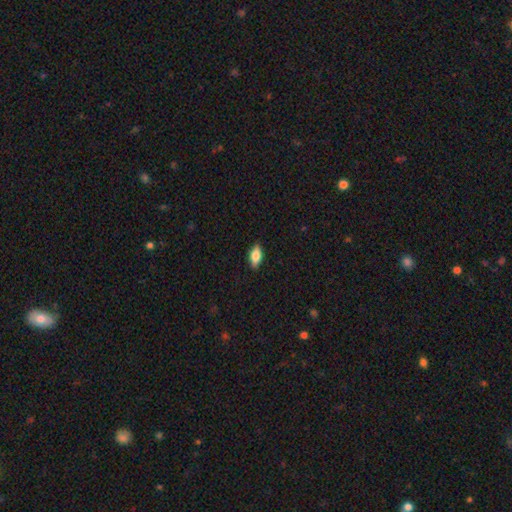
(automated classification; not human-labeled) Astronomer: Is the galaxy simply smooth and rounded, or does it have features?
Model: smooth — 73%.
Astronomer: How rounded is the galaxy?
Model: in between — 83%.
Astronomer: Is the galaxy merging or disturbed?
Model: none — 88%.